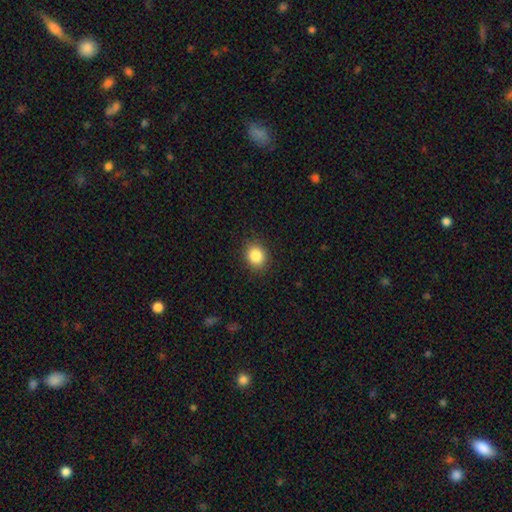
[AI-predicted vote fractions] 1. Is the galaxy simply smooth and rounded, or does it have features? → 85% smooth, 10% star or artifact, 5% featured or disk.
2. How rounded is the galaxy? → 65% round, 34% in between, 1% cigar-shaped.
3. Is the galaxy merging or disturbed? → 89% none, 8% minor disturbance, 2% major disturbance, 1% merger.